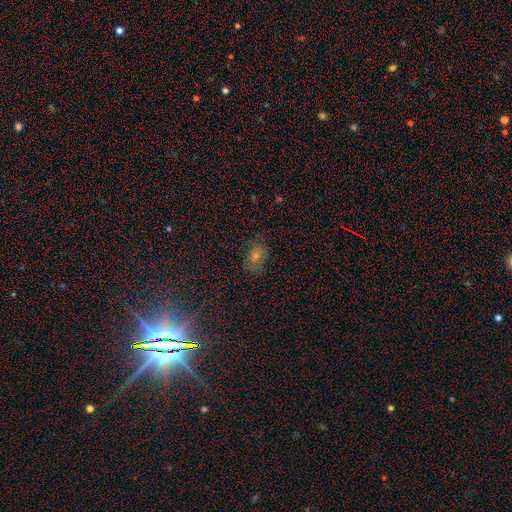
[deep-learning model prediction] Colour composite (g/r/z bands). It shows a smooth galaxy with no disk features (42%). Merging: none (78%).